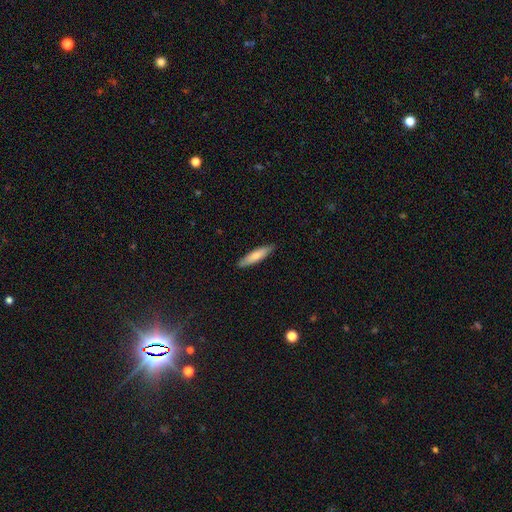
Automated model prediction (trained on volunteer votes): A smooth galaxy with no disk features (76%) that is cigar-shaped (79%). Merging: none (88%).